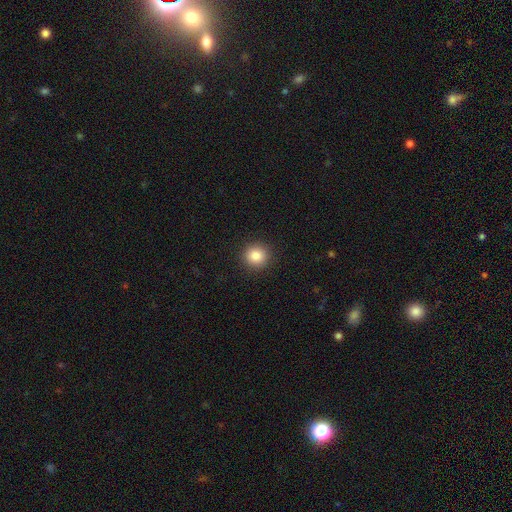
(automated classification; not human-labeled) Overall: smooth (85%). How rounded: round (92%). Merging: none (91%).